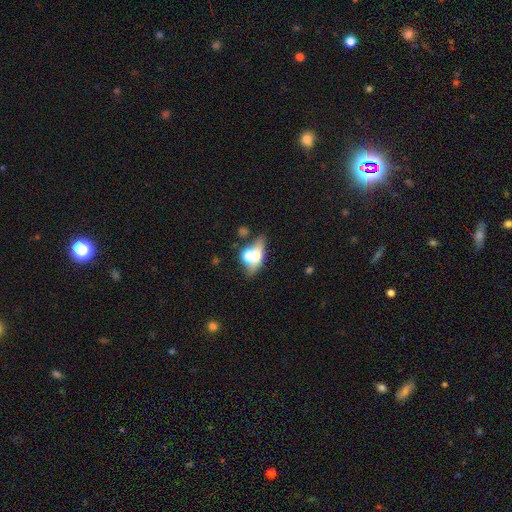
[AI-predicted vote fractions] Smooth or featured: smooth — 52% (featured or disk — 38%)
How rounded: in between — 65% (round — 22%)
Merging: merger — 43% (none — 29%)